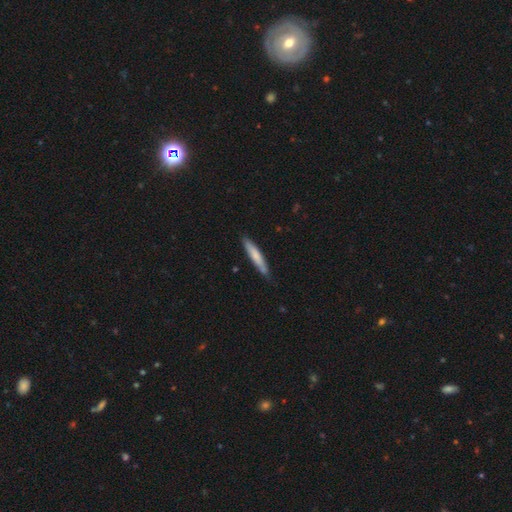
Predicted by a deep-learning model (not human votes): Smooth or featured: smooth — 71% (featured or disk — 24%)
How rounded: cigar-shaped — 91% (in between — 7%)
Merging: none — 79% (minor disturbance — 17%)